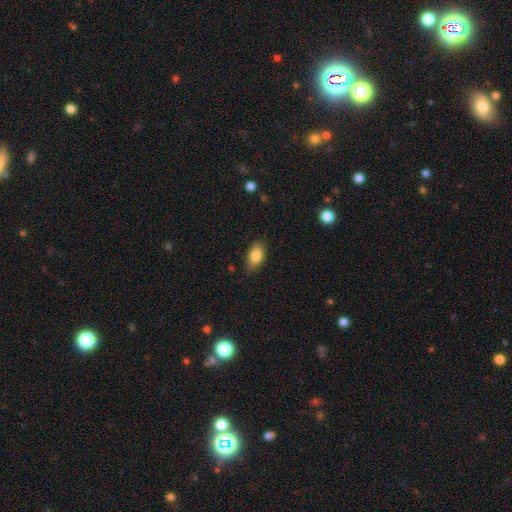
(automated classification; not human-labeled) smooth-or-featured: smooth: 83% | featured or disk: 10% | star or artifact: 8%
  how-rounded: in between: 90% | round: 7% | cigar-shaped: 4%
  merging: none: 81% | minor disturbance: 15% | major disturbance: 3% | merger: 1%